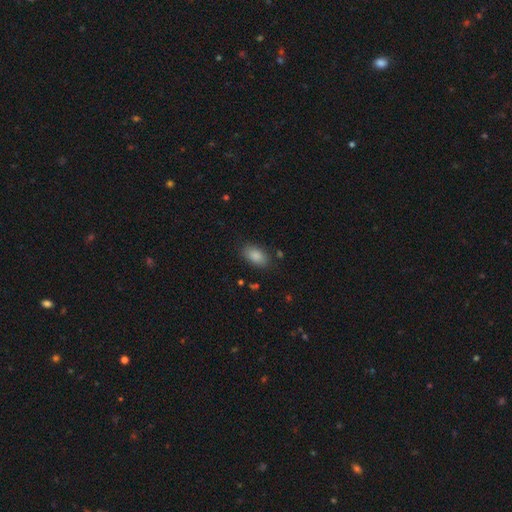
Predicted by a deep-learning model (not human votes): Smooth or featured: smooth — 87% (star or artifact — 8%)
How rounded: in between — 92% (round — 6%)
Merging: none — 83% (minor disturbance — 12%)